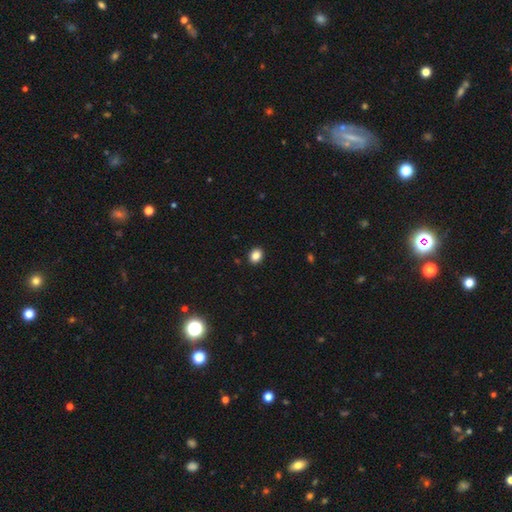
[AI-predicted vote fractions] Smooth or featured?
  - smooth: 87% *
  - star or artifact: 10%
  - featured or disk: 4%
How rounded?
  - in between: 51% *
  - round: 48%
  - cigar-shaped: 1%
Merging?
  - none: 91% *
  - minor disturbance: 6%
  - major disturbance: 2%
  - merger: 1%